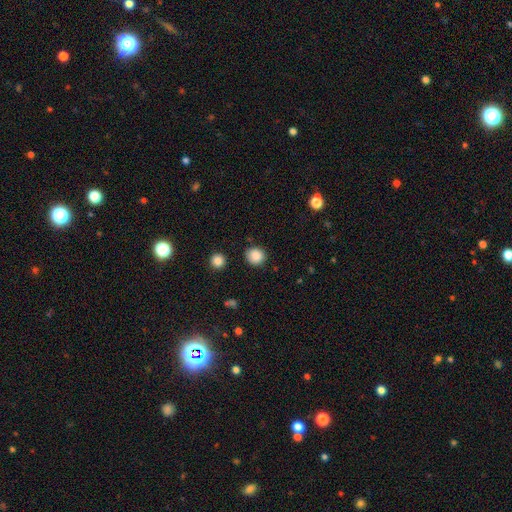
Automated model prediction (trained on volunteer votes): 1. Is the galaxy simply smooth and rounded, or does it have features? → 87% smooth, 10% star or artifact, 3% featured or disk.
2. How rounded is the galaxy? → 87% round, 12% in between, 1% cigar-shaped.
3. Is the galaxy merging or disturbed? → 85% none, 10% minor disturbance, 3% major disturbance, 2% merger.